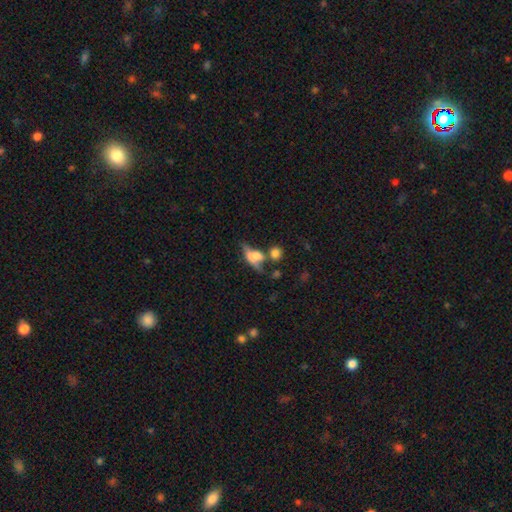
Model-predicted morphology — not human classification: smooth-or-featured: smooth: 46% | featured or disk: 42% | star or artifact: 11%
  merging: none: 36% | merger: 30% | major disturbance: 17% | minor disturbance: 17%